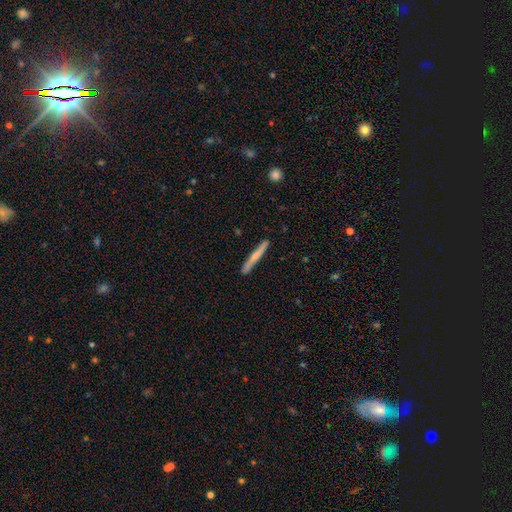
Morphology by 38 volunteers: Volunteers were most divided on "smooth or featured": featured or disk: 53%, smooth: 42%, star or artifact: 5%. More confident: edge-on disk — yes (95%); merging — none (81%); edge-on bulge — rounded (58%).